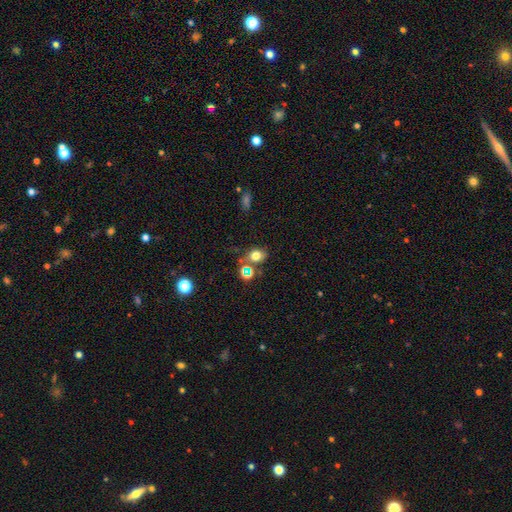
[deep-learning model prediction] smooth 69%, star or artifact 20%, featured or disk 11%. Down the decision tree: how rounded — in between (53%); merging — none (62%).